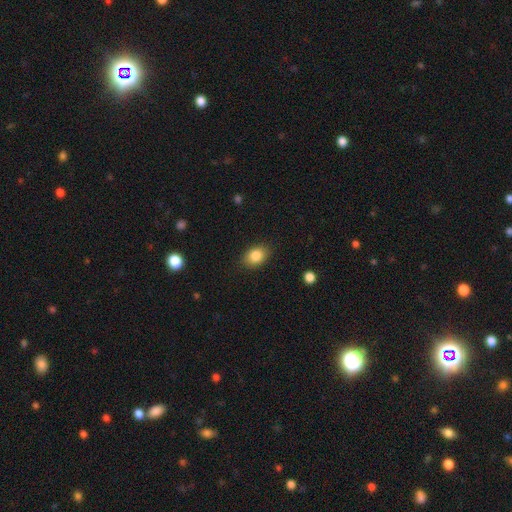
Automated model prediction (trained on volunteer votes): Smooth or featured? Predicted: smooth (p=0.84). How rounded? Predicted: in between (p=0.72). Merging? Predicted: none (p=0.86).